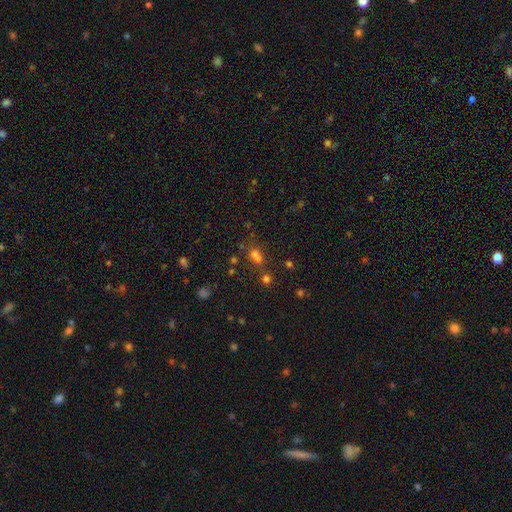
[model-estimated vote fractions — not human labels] Smooth or featured? smooth (58%)
How rounded? in between (52%)
Merging? none (53%)